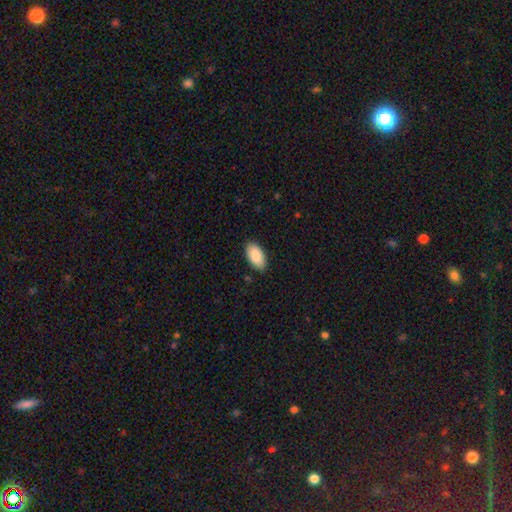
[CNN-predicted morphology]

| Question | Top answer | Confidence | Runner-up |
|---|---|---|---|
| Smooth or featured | smooth | 88% | star or artifact (6%) |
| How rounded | in between | 96% | round (2%) |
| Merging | none | 88% | minor disturbance (9%) |